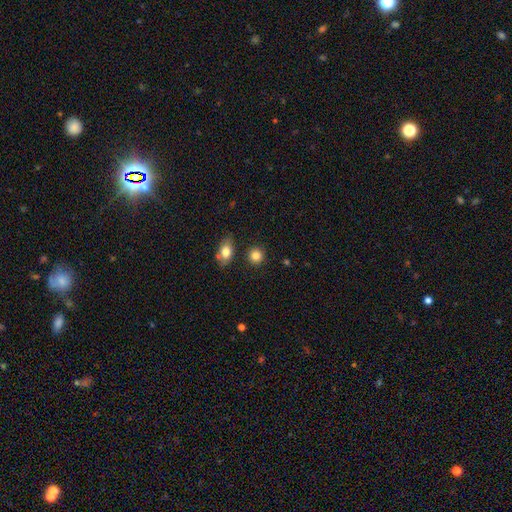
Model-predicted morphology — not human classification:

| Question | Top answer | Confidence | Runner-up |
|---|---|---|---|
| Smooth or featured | smooth | 85% | star or artifact (9%) |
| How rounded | round | 86% | in between (13%) |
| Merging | none | 85% | minor disturbance (8%) |